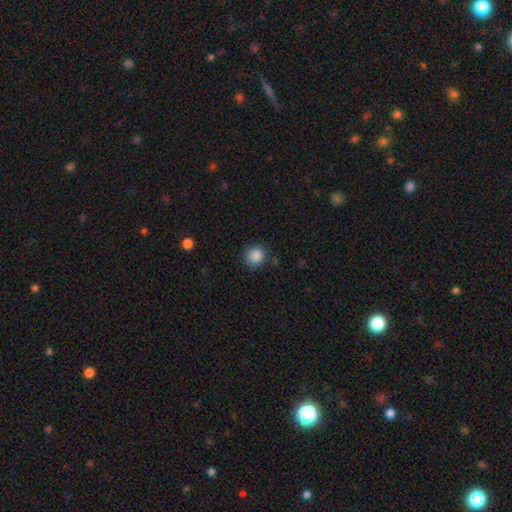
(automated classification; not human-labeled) Smooth or featured? Predicted: smooth (p=0.87). How rounded? Predicted: round (p=0.88). Merging? Predicted: none (p=0.85).